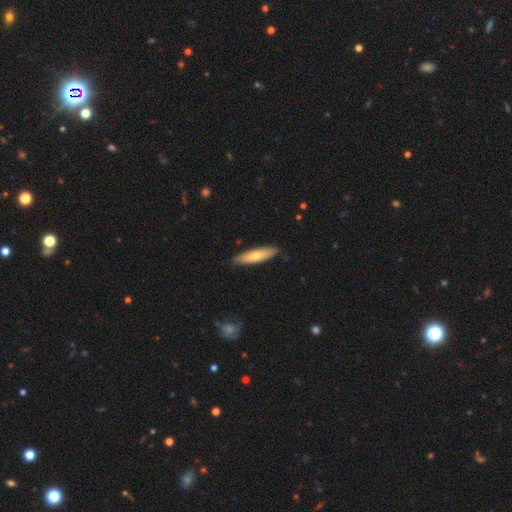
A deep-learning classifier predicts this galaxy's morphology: A smooth galaxy with no disk features (68%) that is cigar-shaped (71%).

Vote fractions:
- Smooth or featured? smooth: 68% / featured or disk: 27% / star or artifact: 5%
- How rounded? cigar-shaped: 71% / in between: 27% / round: 2%
- Merging? none: 86% / minor disturbance: 11% / major disturbance: 2% / merger: 1%